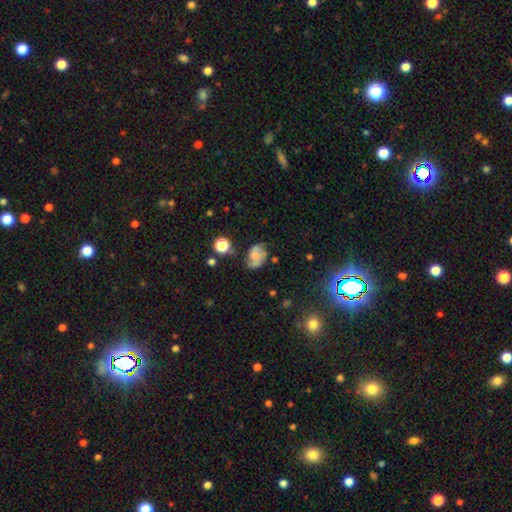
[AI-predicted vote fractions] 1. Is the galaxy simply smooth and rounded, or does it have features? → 60% featured or disk, 29% smooth, 11% star or artifact.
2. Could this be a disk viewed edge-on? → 97% no, 3% yes.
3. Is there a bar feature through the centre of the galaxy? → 63% no, 31% weak, 6% strong.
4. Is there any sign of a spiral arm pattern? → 87% yes, 13% no.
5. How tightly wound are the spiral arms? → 47% medium, 28% tight, 25% loose.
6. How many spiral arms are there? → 77% 2, 12% can't tell, 4% 1, 4% 3, 1% 4, 1% more than 4.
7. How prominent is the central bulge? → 35% small, 32% none, 26% moderate, 6% large, 2% dominant.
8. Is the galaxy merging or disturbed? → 57% none, 25% minor disturbance, 13% major disturbance, 5% merger.